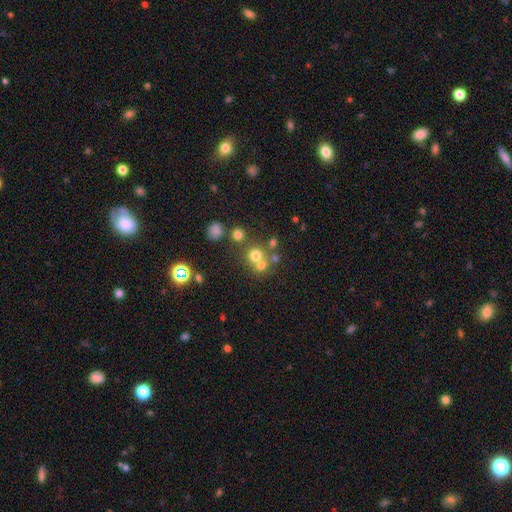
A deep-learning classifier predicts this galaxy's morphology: Smooth or featured?
  - smooth: 66% *
  - star or artifact: 19%
  - featured or disk: 14%
How rounded?
  - round: 87% *
  - in between: 12%
  - cigar-shaped: 1%
Merging?
  - none: 52% *
  - merger: 37%
  - minor disturbance: 7%
  - major disturbance: 4%